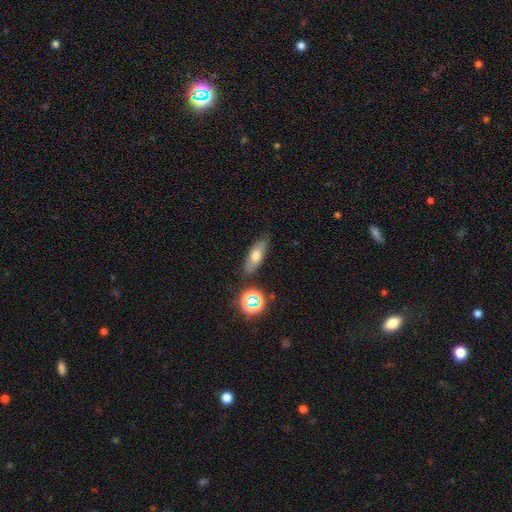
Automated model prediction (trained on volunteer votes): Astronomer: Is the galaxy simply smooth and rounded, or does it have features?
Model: smooth — 64%.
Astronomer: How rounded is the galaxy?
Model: in between — 65%.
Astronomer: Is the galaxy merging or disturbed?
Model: none — 78%.